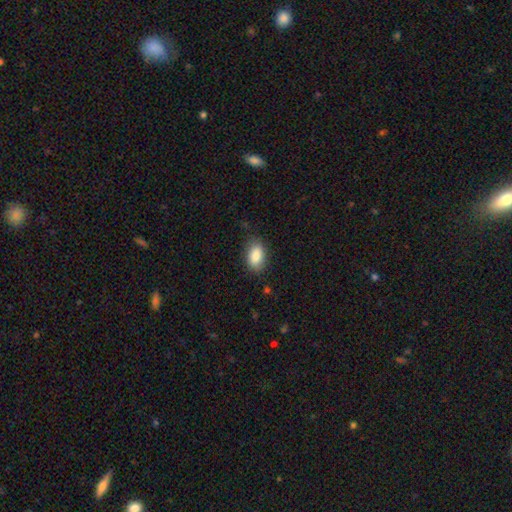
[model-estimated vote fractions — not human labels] Smooth or featured? smooth (86%)
How rounded? in between (91%)
Merging? none (82%)